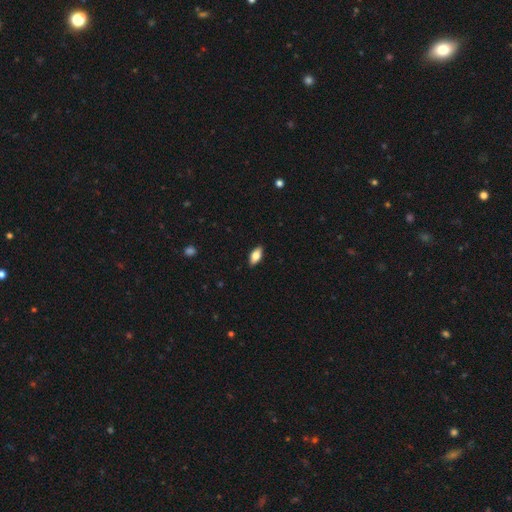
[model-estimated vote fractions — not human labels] A smooth galaxy with no disk features (76%) that is in between round and cigar-shaped (88%).

Vote fractions:
- Smooth or featured? smooth: 76% / featured or disk: 18% / star or artifact: 7%
- How rounded? in between: 88% / cigar-shaped: 9% / round: 3%
- Merging? none: 90% / minor disturbance: 8% / major disturbance: 2% / merger: 1%